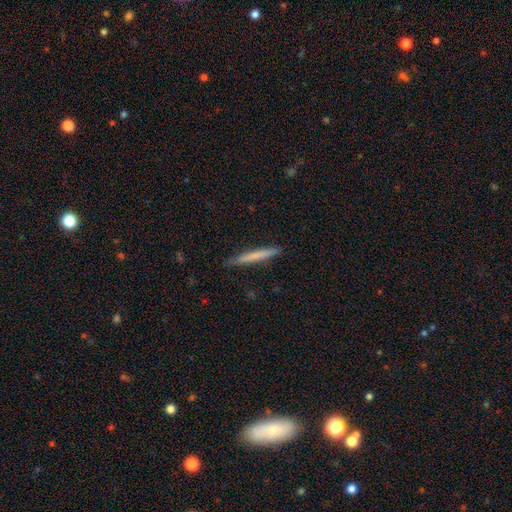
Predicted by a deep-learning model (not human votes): This is likely a smooth galaxy (67%). How rounded: clearly cigar-shaped (97%). Merging: clearly none (88%).